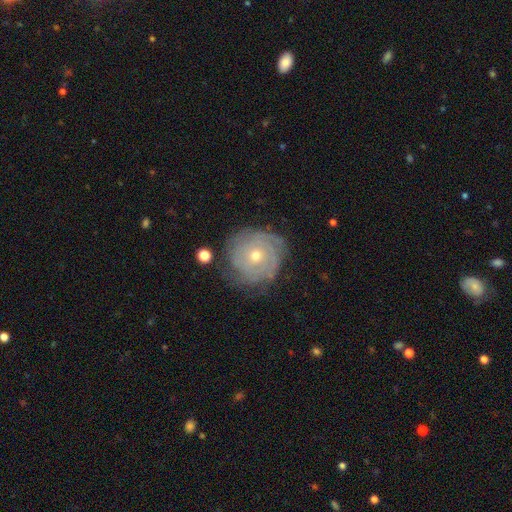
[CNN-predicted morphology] Smooth or featured?
  - featured or disk: 76% *
  - smooth: 17%
  - star or artifact: 8%
Edge-on disk?
  - no: 97% *
  - yes: 3%
Bar?
  - no: 82% *
  - weak: 15%
  - strong: 3%
Spiral arms?
  - yes: 90% *
  - no: 10%
Spiral winding?
  - tight: 79% *
  - medium: 16%
  - loose: 5%
Spiral arm count?
  - can't tell: 44% *
  - 3: 18%
  - 4: 13%
  - 2: 13%
  - more than 4: 7%
  - 1: 6%
Bulge size?
  - small: 53% *
  - moderate: 45%
  - large: 1%
  - none: 1%
  - dominant: 1%
Merging?
  - none: 76% *
  - minor disturbance: 17%
  - major disturbance: 6%
  - merger: 2%